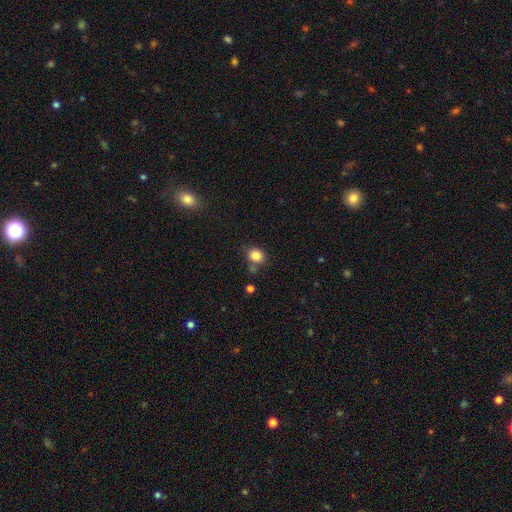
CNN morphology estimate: Smooth or featured? Predicted: smooth (p=0.83). How rounded? Predicted: round (p=0.72). Merging? Predicted: none (p=0.71).